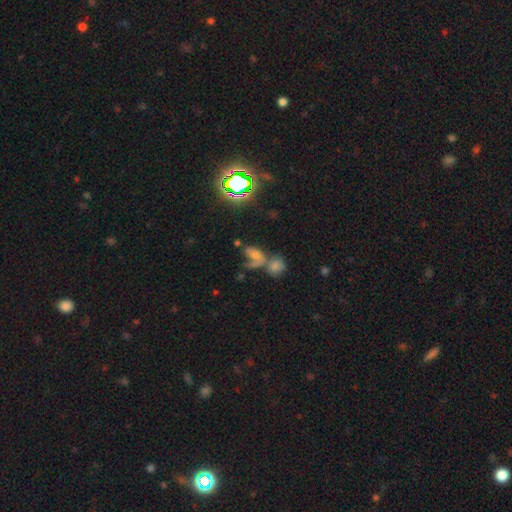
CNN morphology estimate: A featured or disk galaxy (39%).

Vote fractions:
- Smooth or featured? featured or disk: 39% / star or artifact: 32% / smooth: 28%
- Merging? merger: 52% / none: 26% / major disturbance: 12% / minor disturbance: 11%